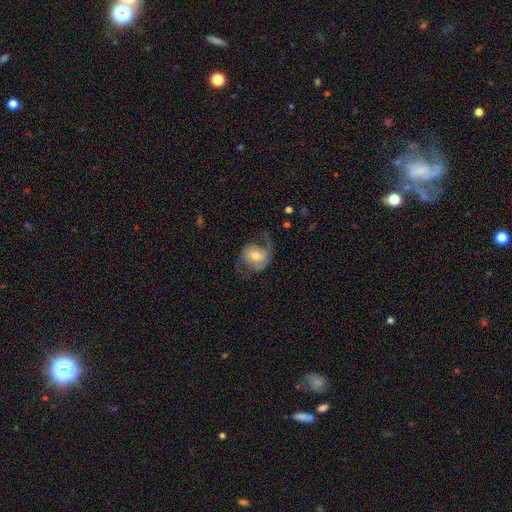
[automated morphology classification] featured or disk 67%, smooth 26%, star or artifact 7%. Down the decision tree: edge-on disk — no (97%); bar — no (48%); spiral arms — yes (88%); spiral arm count — 2 (72%); spiral winding — loose (49%); bulge size — moderate (61%); merging — none (51%).